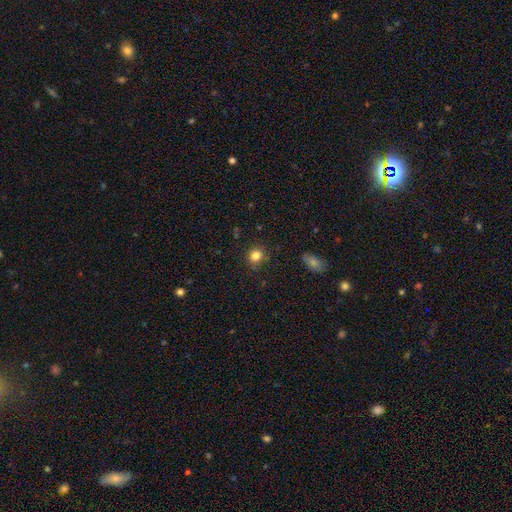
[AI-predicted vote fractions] Smooth or featured?
  - smooth: 83% *
  - star or artifact: 12%
  - featured or disk: 5%
How rounded?
  - round: 78% *
  - in between: 21%
  - cigar-shaped: 1%
Merging?
  - none: 83% *
  - minor disturbance: 12%
  - major disturbance: 3%
  - merger: 2%